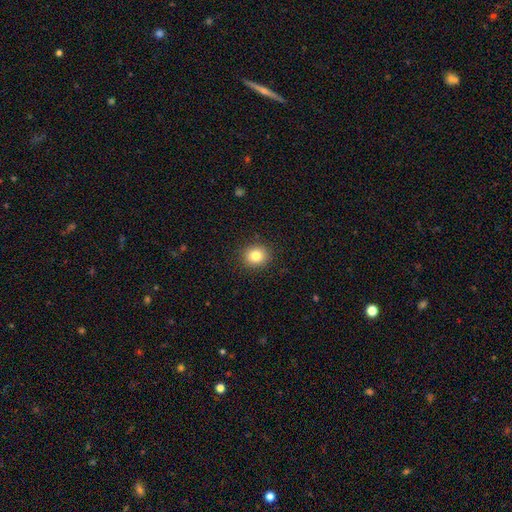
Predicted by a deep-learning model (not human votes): Smooth or featured: smooth — 83% (star or artifact — 11%)
How rounded: round — 82% (in between — 17%)
Merging: none — 90% (minor disturbance — 7%)